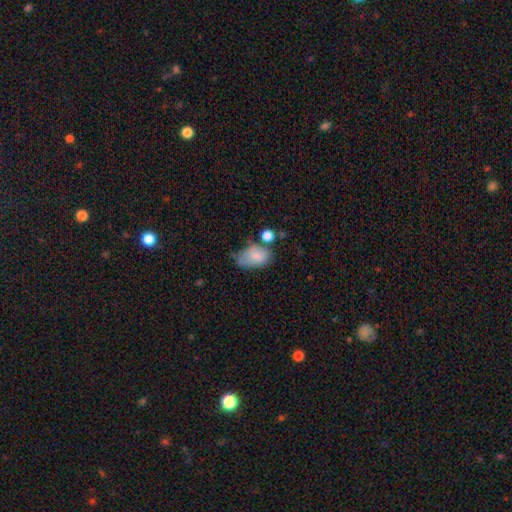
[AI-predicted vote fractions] This appears to be a smooth galaxy with no disk features (78%) that is in between round and cigar-shaped (87%). Merging: none (36%).